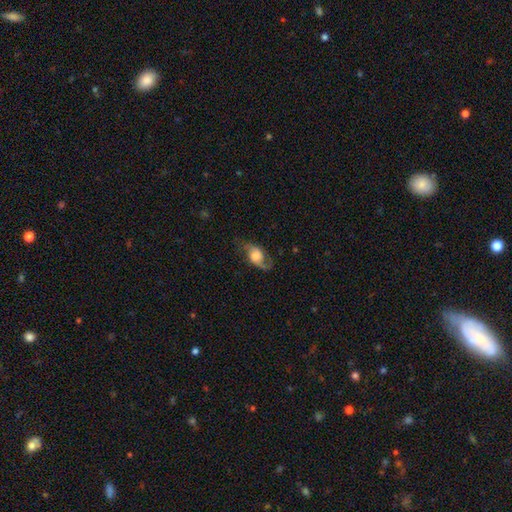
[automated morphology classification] This appears to be a featured or disk galaxy (64%) with no bar (63%), 2 (83%) loose (57%) spiral arms (90%) and a large central bulge (45%). Merging: none (66%).